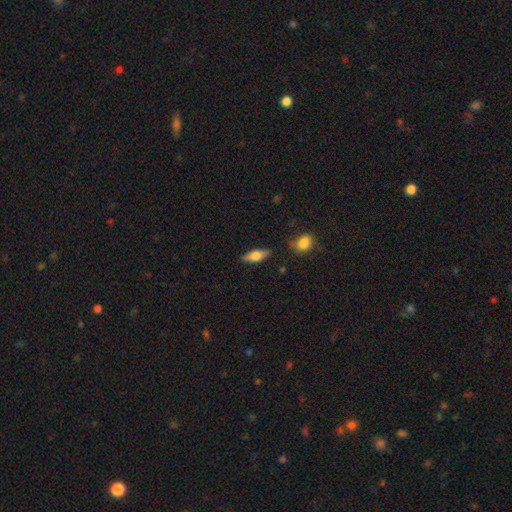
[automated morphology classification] Smooth or featured? smooth (55%)
How rounded? in between (59%)
Merging? none (82%)